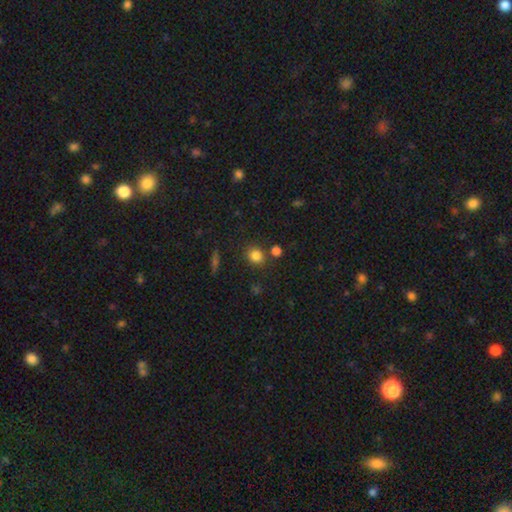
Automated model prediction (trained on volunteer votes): Smooth or featured?
  - smooth: 82% *
  - star or artifact: 12%
  - featured or disk: 6%
How rounded?
  - round: 70% *
  - in between: 29%
  - cigar-shaped: 1%
Merging?
  - none: 76% *
  - minor disturbance: 10%
  - merger: 10%
  - major disturbance: 3%